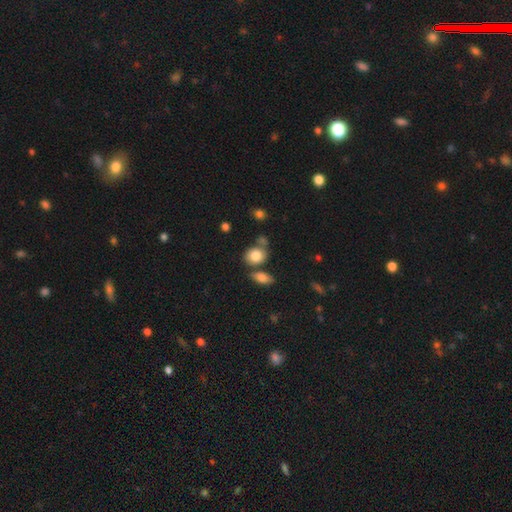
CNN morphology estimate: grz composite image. It shows a smooth galaxy with no disk features (82%) that is in between round and cigar-shaped (52%). Merging: none (57%).